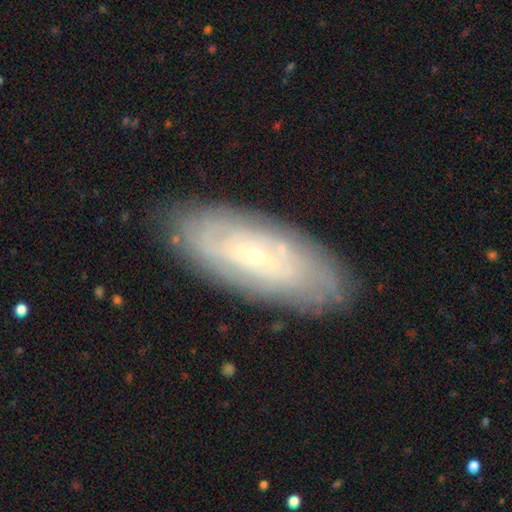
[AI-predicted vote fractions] A featured or disk galaxy (70%) with no bar (78%), spiral arms (73%) and a small central bulge (86%).

Vote fractions:
- Smooth or featured? featured or disk: 70% / smooth: 22% / star or artifact: 8%
- Edge-on disk? no: 87% / yes: 13%
- Bar? no: 78% / weak: 17% / strong: 5%
- Spiral arms? yes: 73% / no: 27%
- Bulge size? small: 86% / moderate: 11% / none: 1% / large: 1% / dominant: 1%
- Merging? none: 84% / minor disturbance: 12% / major disturbance: 3% / merger: 2%